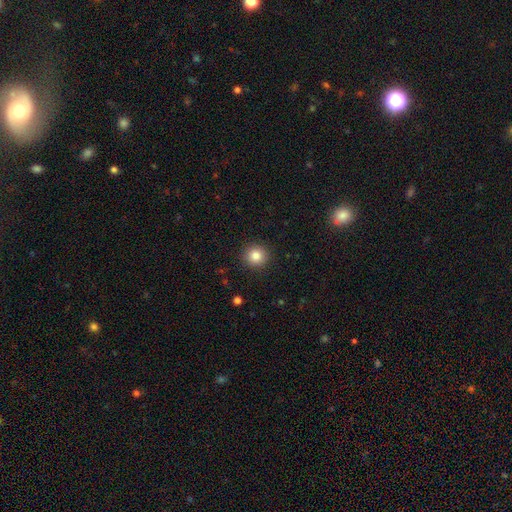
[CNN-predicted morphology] This appears to be a smooth galaxy with no disk features (83%) that is round (94%). Merging: none (92%).